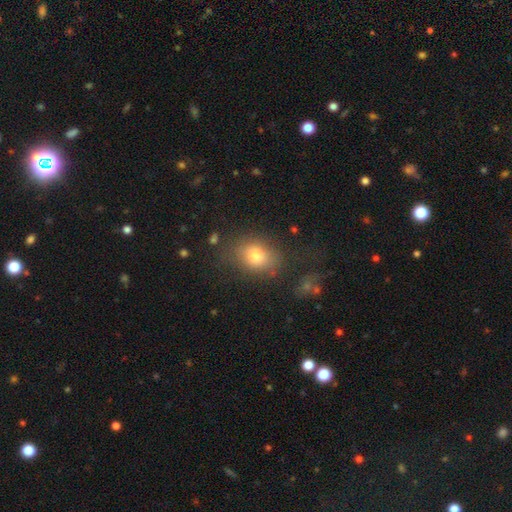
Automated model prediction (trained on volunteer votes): Smooth or featured?
  - smooth: 78% *
  - star or artifact: 11%
  - featured or disk: 11%
How rounded?
  - in between: 62% *
  - round: 36%
  - cigar-shaped: 1%
Merging?
  - none: 70% *
  - minor disturbance: 18%
  - major disturbance: 8%
  - merger: 4%